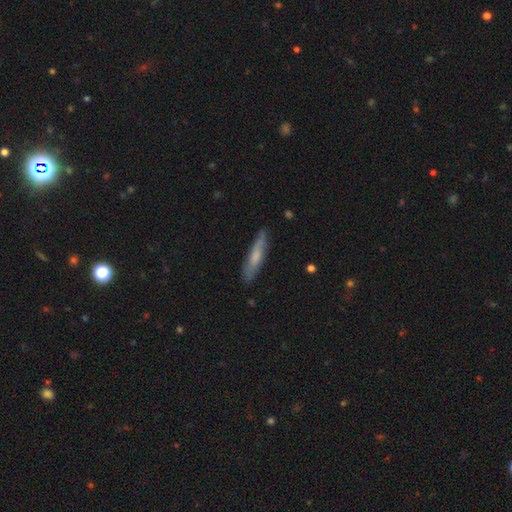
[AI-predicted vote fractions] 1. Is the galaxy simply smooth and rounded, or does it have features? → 62% smooth, 32% featured or disk, 6% star or artifact.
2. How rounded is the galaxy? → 86% cigar-shaped, 12% in between, 1% round.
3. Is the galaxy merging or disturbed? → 83% none, 14% minor disturbance, 2% major disturbance, 1% merger.